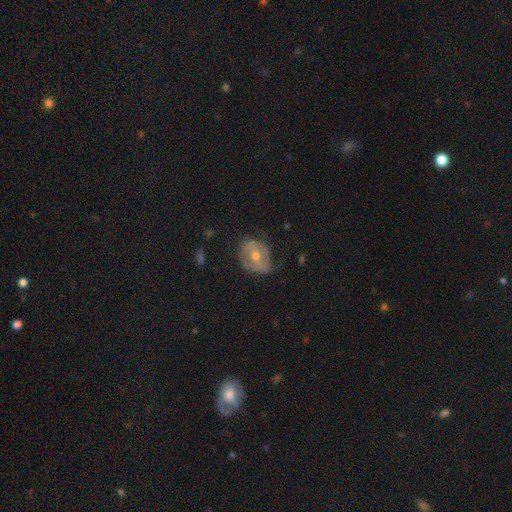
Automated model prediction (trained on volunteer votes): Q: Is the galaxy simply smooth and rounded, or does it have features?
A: featured or disk — 58%.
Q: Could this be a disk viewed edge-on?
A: no — 96%.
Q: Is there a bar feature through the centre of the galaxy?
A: no — 68%.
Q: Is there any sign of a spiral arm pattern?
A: no — 58%.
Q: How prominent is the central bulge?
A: moderate — 76%.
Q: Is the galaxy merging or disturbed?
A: none — 55%.